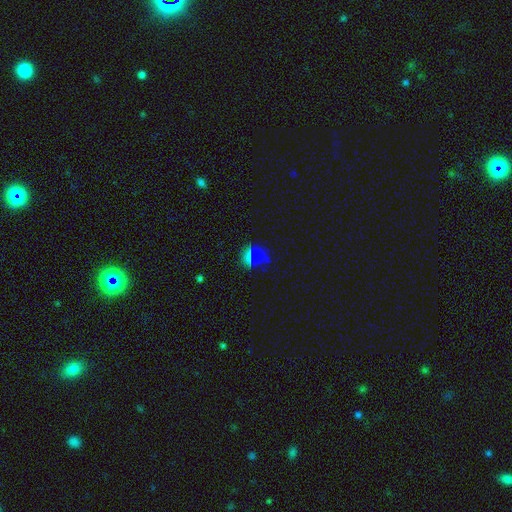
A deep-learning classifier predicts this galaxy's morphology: Smooth or featured? Predicted: smooth (p=0.56). How rounded? Predicted: round (p=0.66). Merging? Predicted: none (p=0.73).